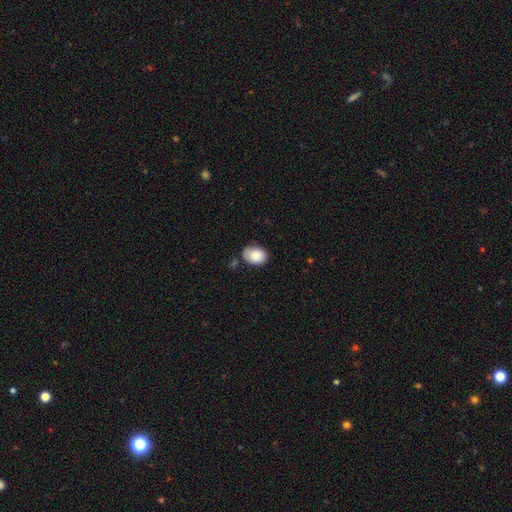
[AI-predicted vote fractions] Q: Smooth or featured?
A: smooth (84%); runner-up: featured or disk (9%)
Q: How rounded?
A: in between (76%); runner-up: round (24%)
Q: Merging?
A: none (63%); runner-up: minor disturbance (26%)